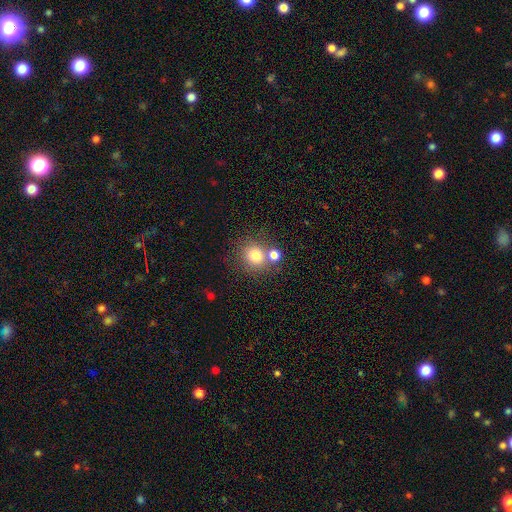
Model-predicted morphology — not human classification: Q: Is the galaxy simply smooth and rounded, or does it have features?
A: smooth — 78%.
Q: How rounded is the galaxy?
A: round — 85%.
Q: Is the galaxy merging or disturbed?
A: none — 61%.